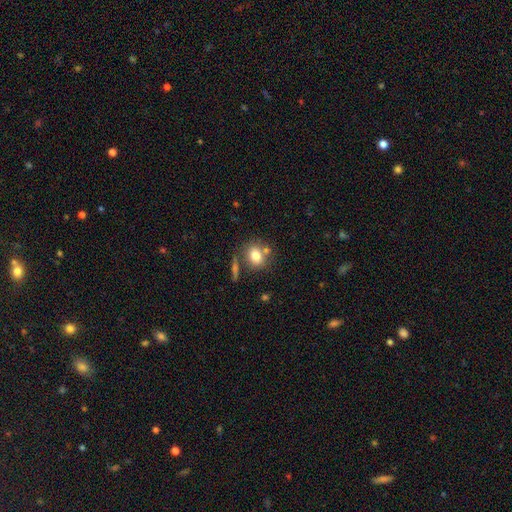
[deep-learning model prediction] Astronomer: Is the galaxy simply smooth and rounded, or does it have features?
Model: smooth — 77%.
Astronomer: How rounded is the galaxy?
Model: round — 64%.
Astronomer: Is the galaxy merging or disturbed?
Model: none — 62%.